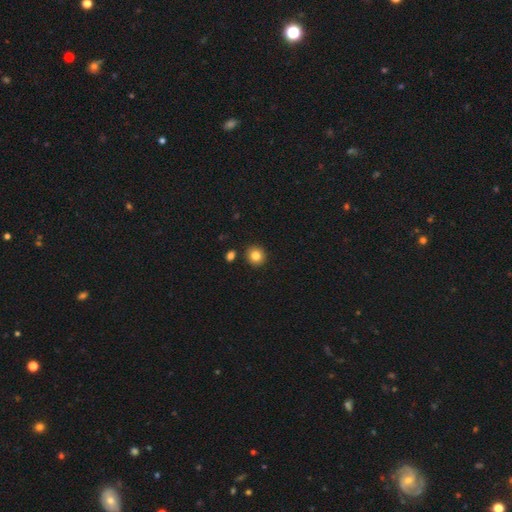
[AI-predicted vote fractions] The model was most divided on "smooth or featured": smooth: 83%, star or artifact: 10%, featured or disk: 6%. More confident: merging — none (89%); how rounded — round (88%).